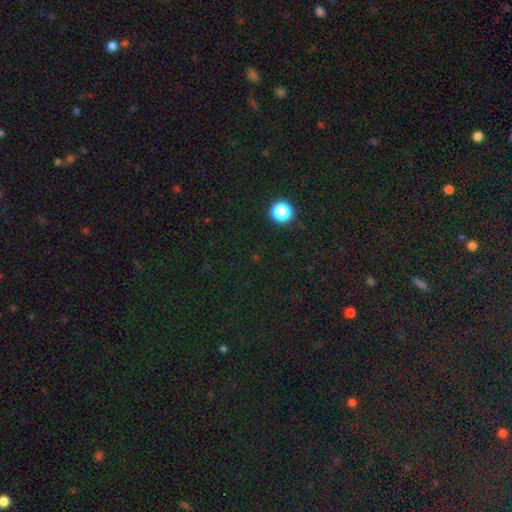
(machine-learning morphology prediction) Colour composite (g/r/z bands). It shows a star or artifact, not a galaxy (75%).